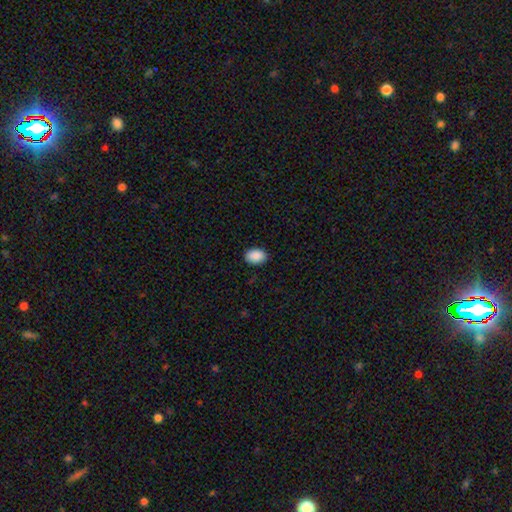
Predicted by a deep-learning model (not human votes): This appears to be a smooth galaxy with no disk features (91%) that is in between round and cigar-shaped (84%). Merging: none (88%).